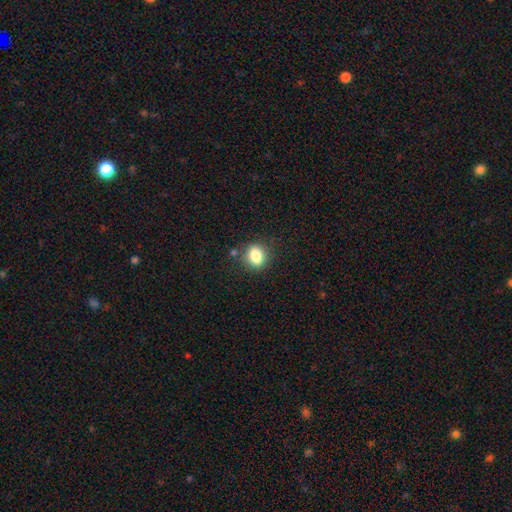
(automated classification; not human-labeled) Smooth or featured: smooth — 83% (star or artifact — 10%)
How rounded: in between — 51% (round — 48%)
Merging: none — 81% (minor disturbance — 12%)